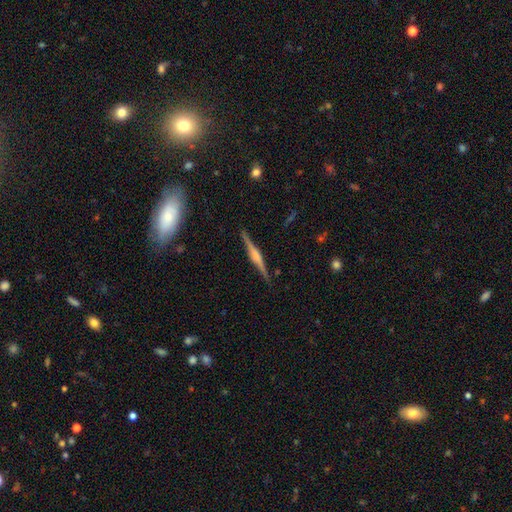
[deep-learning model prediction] smooth_or_featured: featured or disk (p=0.80) [alt: smooth p=0.14]
disk_edge_on: yes (p=0.98) [alt: no p=0.02]
edge_on_bulge: rounded (p=0.68) [alt: boxy p=0.24]
merging: none (p=0.90) [alt: minor disturbance p=0.07]